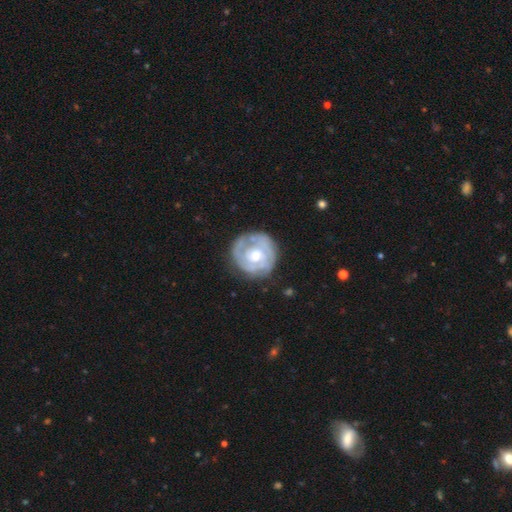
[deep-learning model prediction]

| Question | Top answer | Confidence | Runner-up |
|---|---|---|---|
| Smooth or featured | featured or disk | 72% | smooth (23%) |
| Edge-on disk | no | 98% | yes (2%) |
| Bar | no | 80% | weak (17%) |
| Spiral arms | yes | 70% | no (30%) |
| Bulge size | moderate | 59% | small (33%) |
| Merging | none | 71% | minor disturbance (18%) |